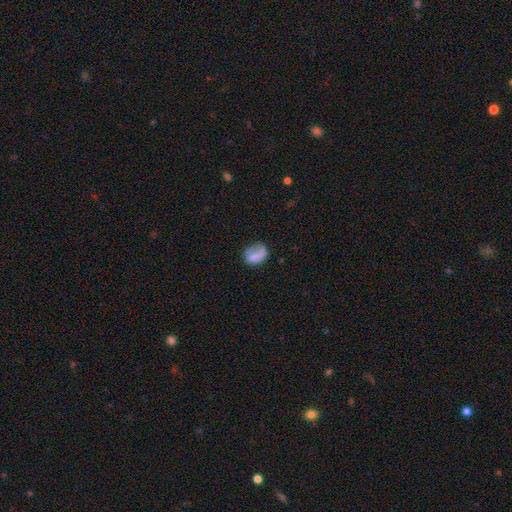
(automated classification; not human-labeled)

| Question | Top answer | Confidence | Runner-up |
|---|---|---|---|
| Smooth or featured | smooth | 69% | featured or disk (22%) |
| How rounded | in between | 65% | round (33%) |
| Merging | none | 48% | minor disturbance (27%) |